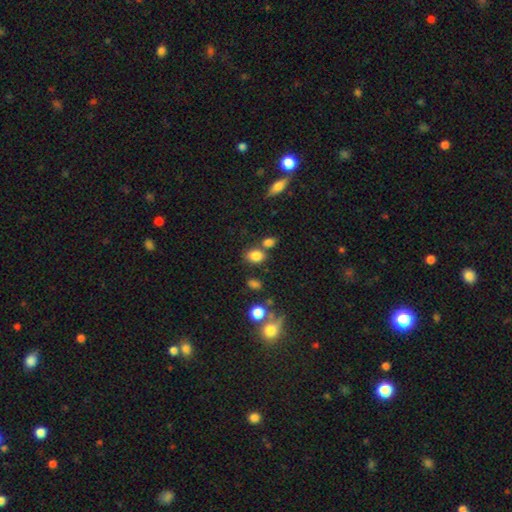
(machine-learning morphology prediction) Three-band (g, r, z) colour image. It shows a smooth galaxy with no disk features (81%) that is in between round and cigar-shaped (68%). Merging: none (64%).